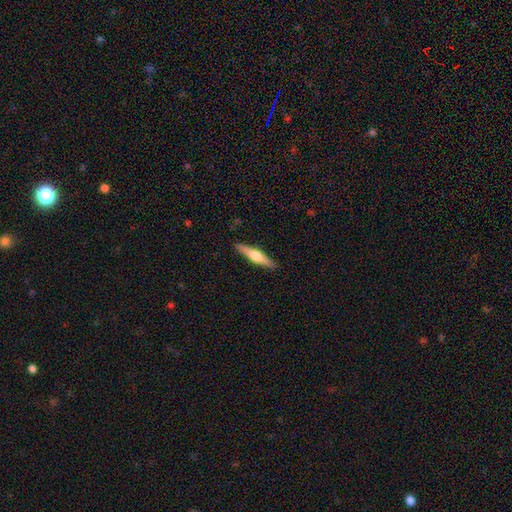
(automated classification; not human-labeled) A featured or disk galaxy (57%) viewed edge-on (97%) with a rounded central bulge (90%).

Vote fractions:
- Smooth or featured? featured or disk: 57% / smooth: 38% / star or artifact: 5%
- Edge-on disk? yes: 97% / no: 3%
- Edge-on bulge? rounded: 90% / boxy: 6% / none: 4%
- Merging? none: 90% / minor disturbance: 7% / major disturbance: 1% / merger: 1%